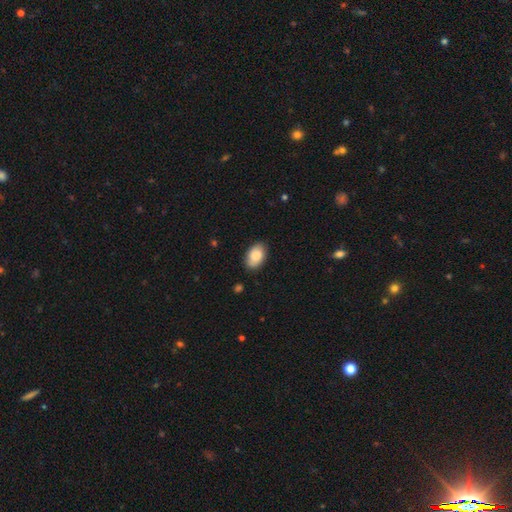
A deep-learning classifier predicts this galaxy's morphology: Smooth or featured? smooth (84%)
How rounded? in between (92%)
Merging? none (83%)